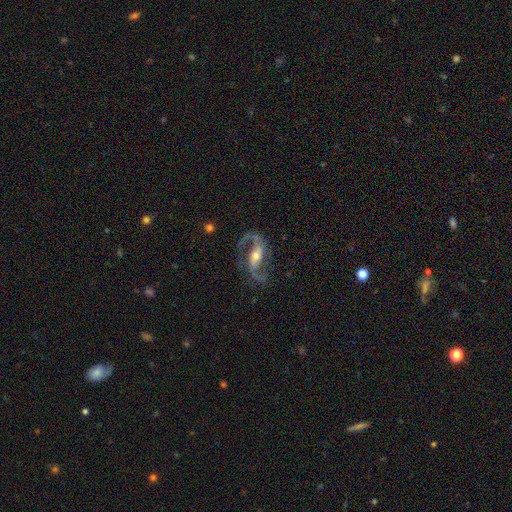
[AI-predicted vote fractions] Smooth or featured? Predicted: featured or disk (p=0.91). Edge-on disk? Predicted: no (p=0.96). Bar? Predicted: strong (p=0.42). Spiral arms? Predicted: yes (p=0.97). Spiral winding? Predicted: medium (p=0.48). Spiral arm count? Predicted: 2 (p=0.93). Bulge size? Predicted: moderate (p=0.61). Merging? Predicted: none (p=0.75).